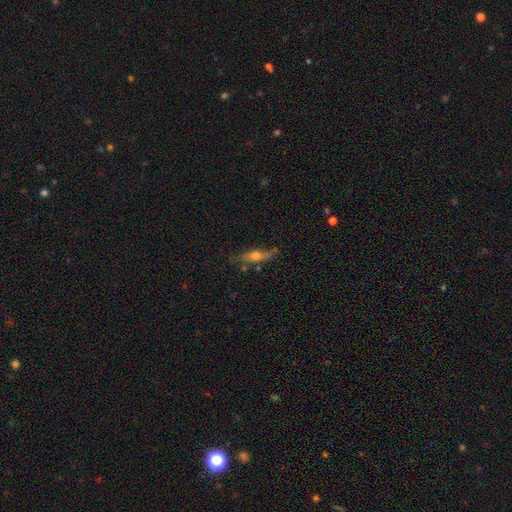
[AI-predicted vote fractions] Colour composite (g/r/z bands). It shows a featured or disk galaxy (49%). Merging: none (70%).